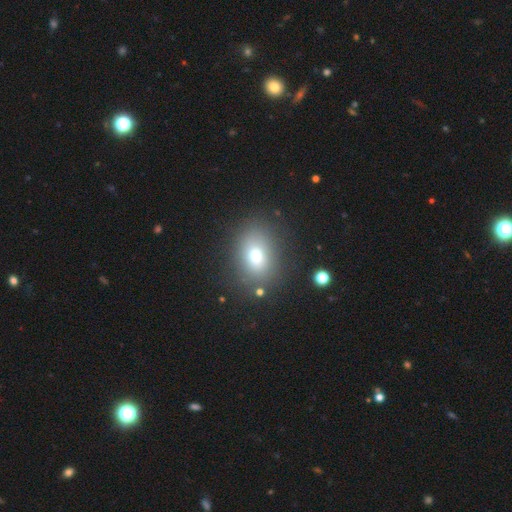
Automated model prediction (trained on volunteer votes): A smooth galaxy with no disk features (72%) that is in between round and cigar-shaped (64%).

Vote fractions:
- Smooth or featured? smooth: 72% / star or artifact: 15% / featured or disk: 13%
- How rounded? in between: 64% / round: 35% / cigar-shaped: 1%
- Merging? none: 81% / minor disturbance: 11% / major disturbance: 5% / merger: 3%